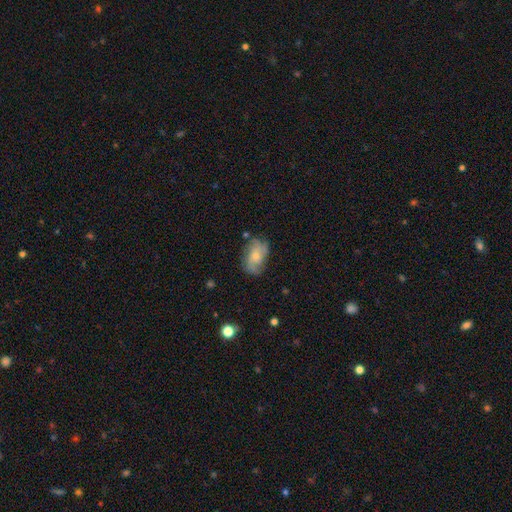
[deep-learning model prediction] smooth-or-featured: featured or disk: 51% | smooth: 41% | star or artifact: 8%
  disk-edge-on: no: 96% | yes: 4%
  merging: none: 60% | minor disturbance: 27% | major disturbance: 11% | merger: 3%